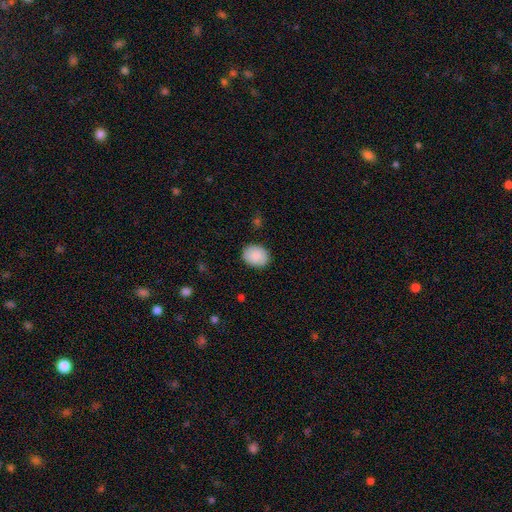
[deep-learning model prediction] smooth_or_featured: smooth (p=0.88) [alt: star or artifact p=0.06]
how_rounded: in between (p=0.51) [alt: round p=0.48]
merging: none (p=0.87) [alt: minor disturbance p=0.10]